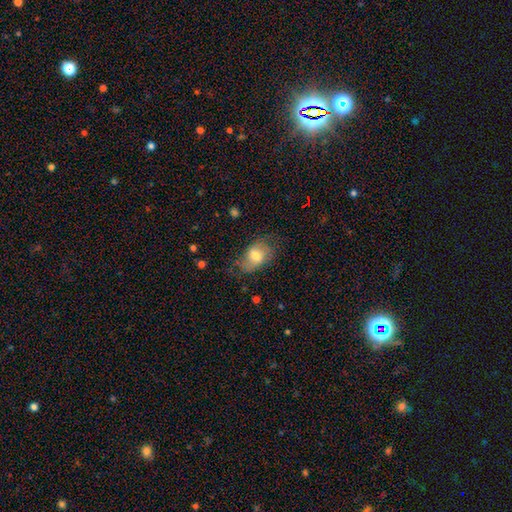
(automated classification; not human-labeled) Morphology: type=smooth (65%); roundness=in between (85%); merging=none (58%).